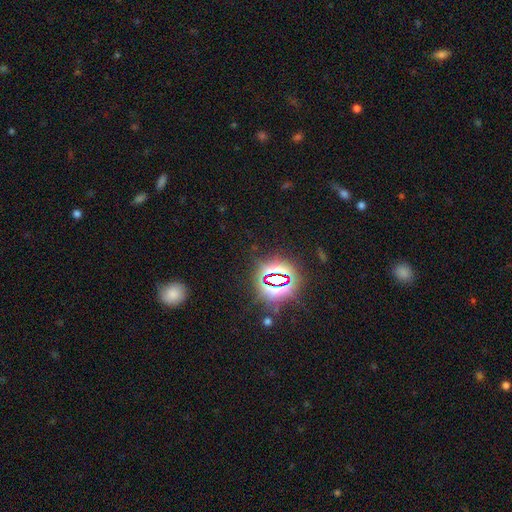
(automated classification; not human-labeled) A star or artifact, not a galaxy (80%).

Vote fractions:
- Smooth or featured? star or artifact: 80% / smooth: 13% / featured or disk: 8%